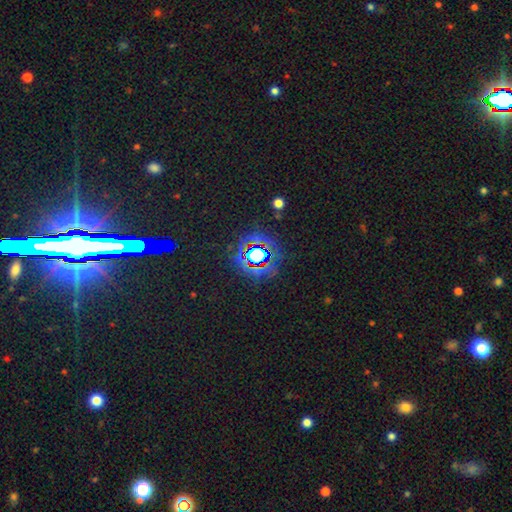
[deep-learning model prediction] smooth_or_featured: star or artifact (p=0.70) [alt: smooth p=0.19]